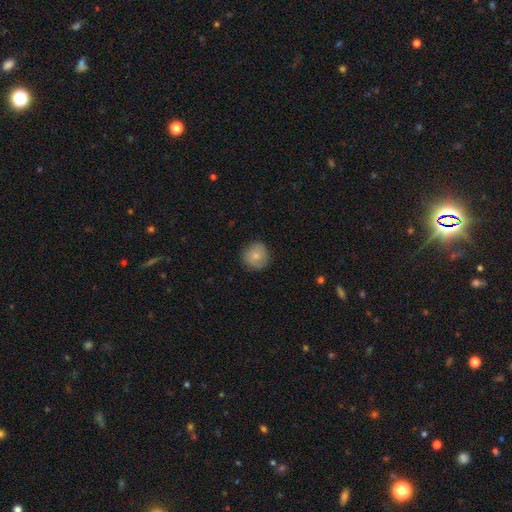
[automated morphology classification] This is likely a smooth galaxy (76%). How rounded: clearly round (92%). Merging: clearly none (83%).